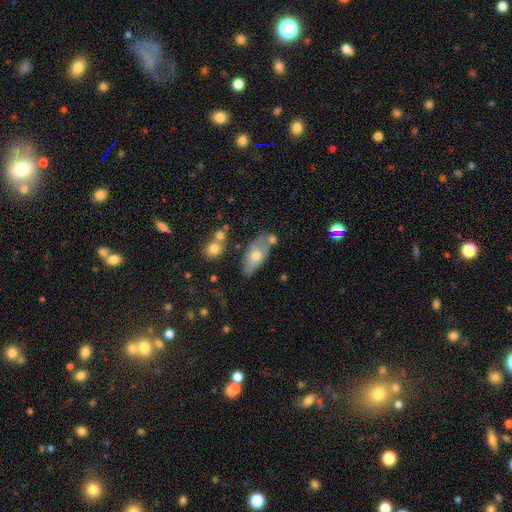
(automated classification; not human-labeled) smooth_or_featured: smooth (p=0.57) [alt: featured or disk p=0.36]
how_rounded: in between (p=0.84) [alt: cigar-shaped p=0.12]
merging: none (p=0.59) [alt: minor disturbance p=0.21]